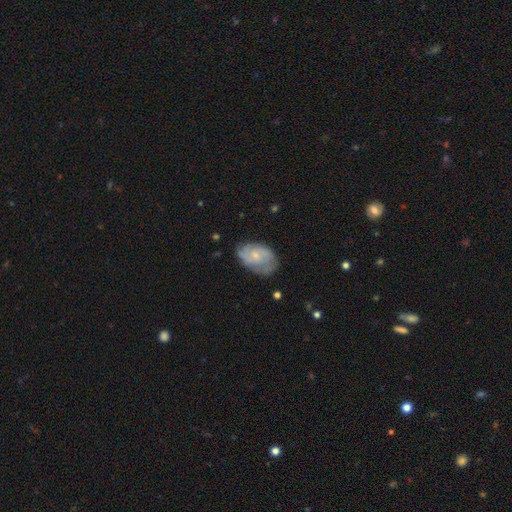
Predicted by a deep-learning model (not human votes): This appears to be a featured or disk galaxy (61%) with no bar (73%), spiral arms (84%) and a small central bulge (69%). Merging: none (62%).